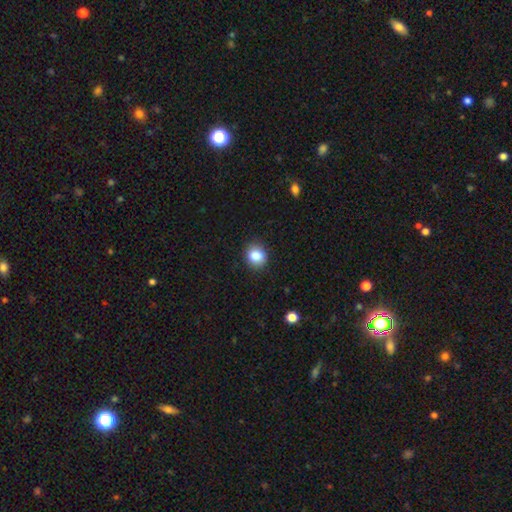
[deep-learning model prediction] smooth-or-featured: smooth: 86% | star or artifact: 9% | featured or disk: 5%
  how-rounded: round: 70% | in between: 29% | cigar-shaped: 1%
  merging: none: 86% | minor disturbance: 10% | major disturbance: 2% | merger: 1%